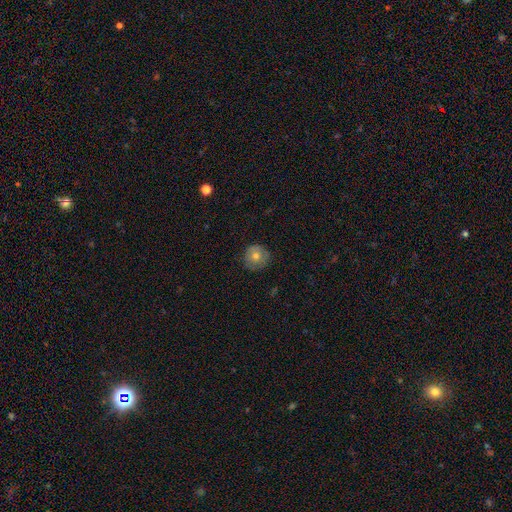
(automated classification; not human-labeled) Overall: smooth (62%; featured or disk 27%). How rounded: round (94%). Merging: none (83%).